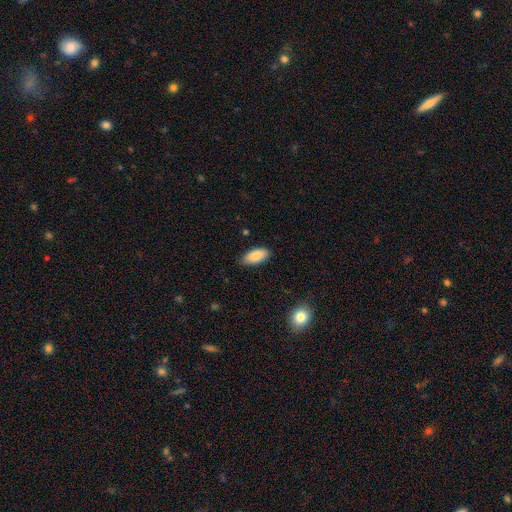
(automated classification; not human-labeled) This appears to be a smooth galaxy with no disk features (88%) that is in between round and cigar-shaped (88%). Merging: none (84%).